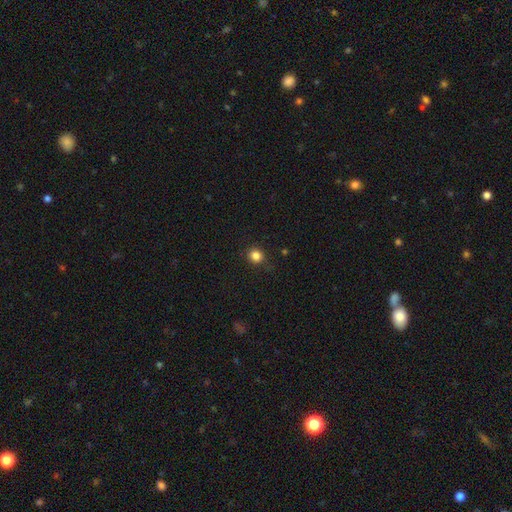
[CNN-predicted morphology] smooth_or_featured: smooth (p=0.83) [alt: star or artifact p=0.13]
how_rounded: round (p=0.90) [alt: in between p=0.09]
merging: none (p=0.85) [alt: minor disturbance p=0.11]